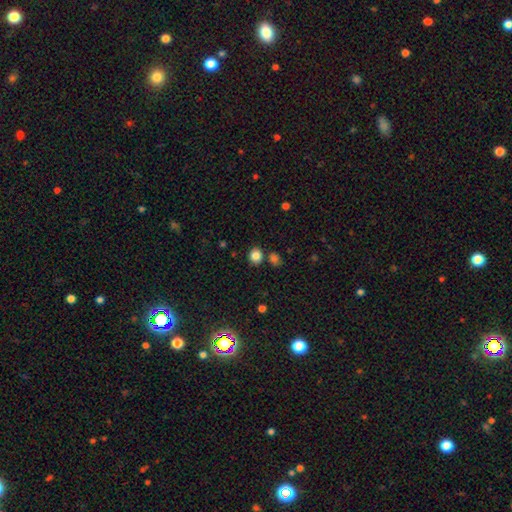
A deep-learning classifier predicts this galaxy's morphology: Smooth or featured: smooth — 84% (star or artifact — 12%)
How rounded: round — 78% (in between — 21%)
Merging: none — 79% (merger — 10%)